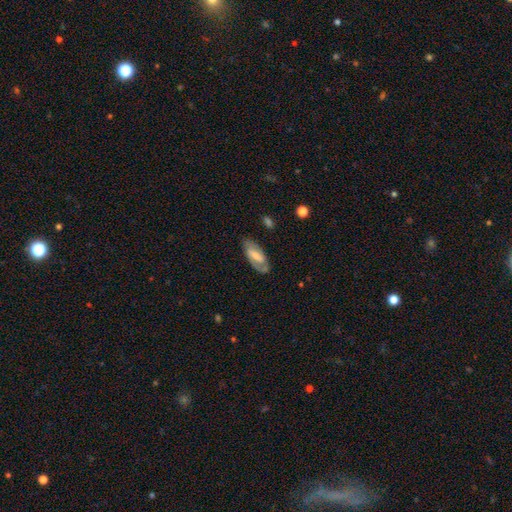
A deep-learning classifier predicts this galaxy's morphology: Q: Smooth or featured?
A: featured or disk (55%); runner-up: smooth (39%)
Q: Edge-on disk?
A: no (88%); runner-up: yes (12%)
Q: Merging?
A: none (73%); runner-up: minor disturbance (18%)